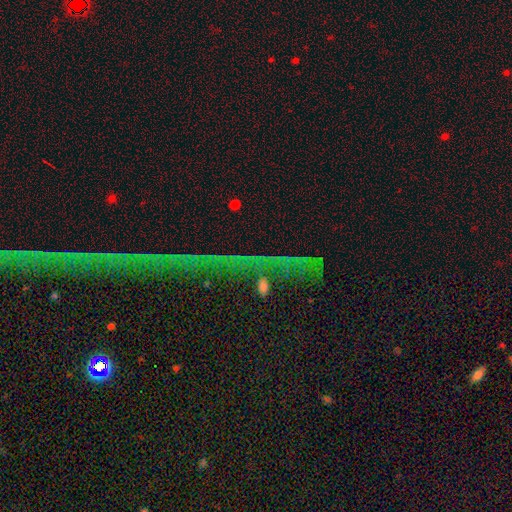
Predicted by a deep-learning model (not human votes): star or artifact 65%, smooth 19%, featured or disk 15%.